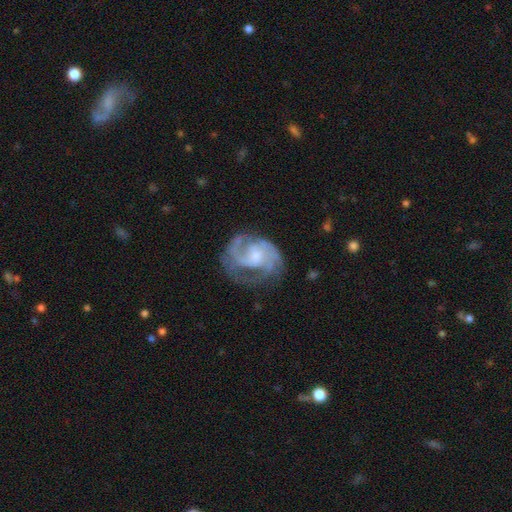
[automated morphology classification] type=featured or disk (84%); edge-on=no (98%); bar=no (60%); spiral arms=yes (94%); winding=medium (48%); arm count=2 (49%); bulge=small (47%); merging=none (60%).